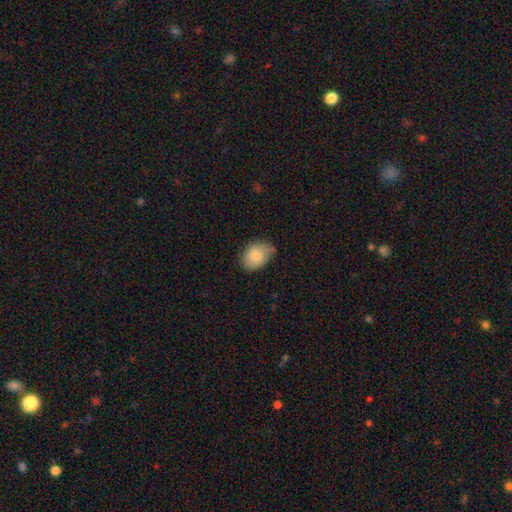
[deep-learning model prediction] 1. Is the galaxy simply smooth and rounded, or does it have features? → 81% smooth, 12% featured or disk, 7% star or artifact.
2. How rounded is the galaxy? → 80% in between, 19% round, 1% cigar-shaped.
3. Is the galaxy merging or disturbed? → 63% none, 29% minor disturbance, 5% major disturbance, 2% merger.